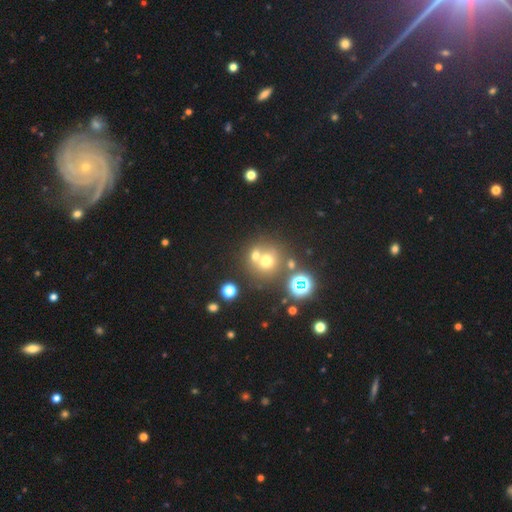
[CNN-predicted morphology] A smooth galaxy with no disk features (61%) that is round (85%). Merging: none (48%).